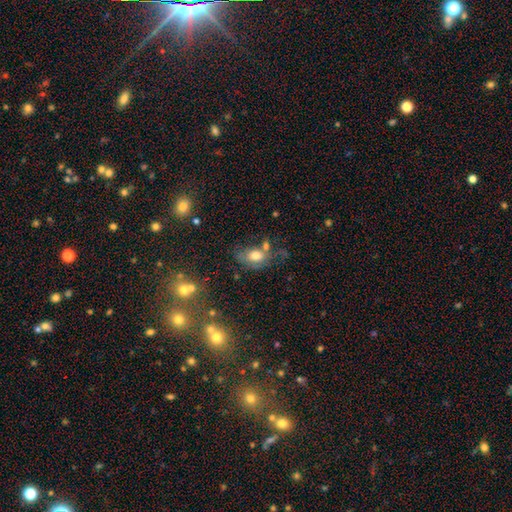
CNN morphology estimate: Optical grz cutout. It shows a smooth galaxy with no disk features (72%) that is in between round and cigar-shaped (80%). Merging: none (38%).